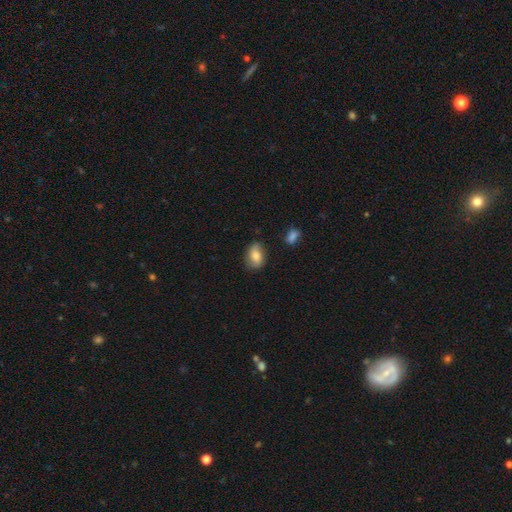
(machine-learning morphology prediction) This is likely a smooth galaxy (77%). How rounded: clearly in between (83%). Merging: likely none (74%).